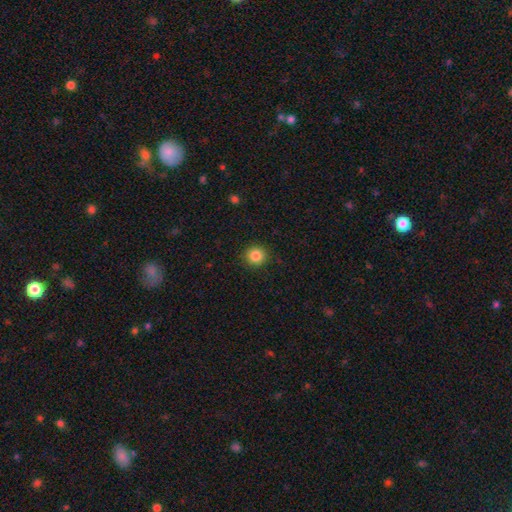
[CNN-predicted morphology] The model was most divided on "smooth or featured": smooth: 85%, star or artifact: 10%, featured or disk: 4%. More confident: how rounded — round (93%); merging — none (91%).